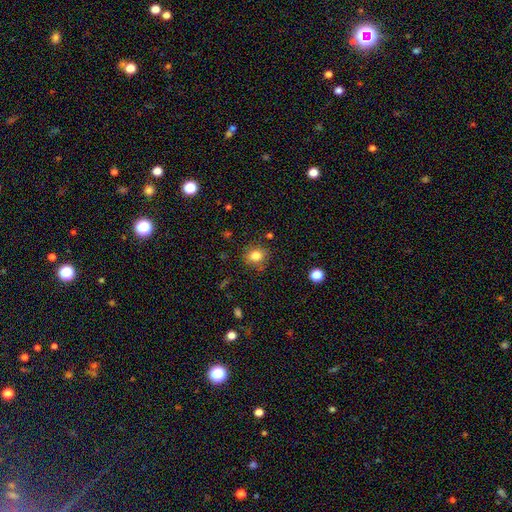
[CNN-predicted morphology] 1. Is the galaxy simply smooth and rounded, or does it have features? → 82% smooth, 11% star or artifact, 7% featured or disk.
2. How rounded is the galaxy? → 69% round, 30% in between, 1% cigar-shaped.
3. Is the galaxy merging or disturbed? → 80% none, 14% minor disturbance, 4% major disturbance, 2% merger.